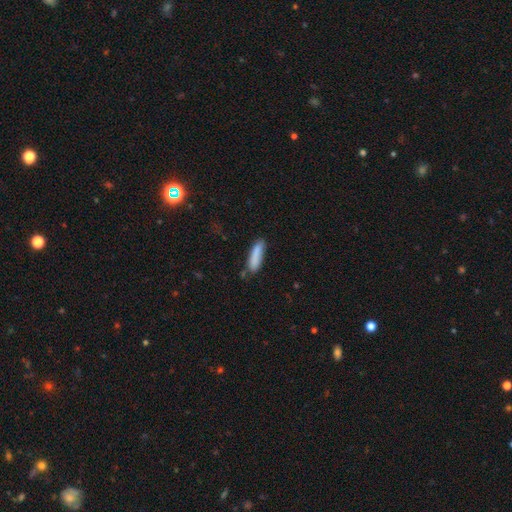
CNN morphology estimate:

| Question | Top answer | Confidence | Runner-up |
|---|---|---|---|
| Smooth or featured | smooth | 86% | featured or disk (8%) |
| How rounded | cigar-shaped | 70% | in between (29%) |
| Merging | none | 74% | minor disturbance (18%) |